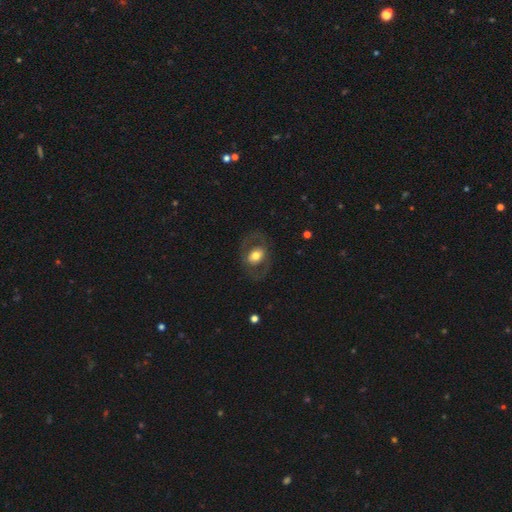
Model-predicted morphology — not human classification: Smooth or featured?
  - smooth: 48% *
  - featured or disk: 45%
  - star or artifact: 7%
Merging?
  - none: 74% *
  - minor disturbance: 13%
  - major disturbance: 12%
  - merger: 1%